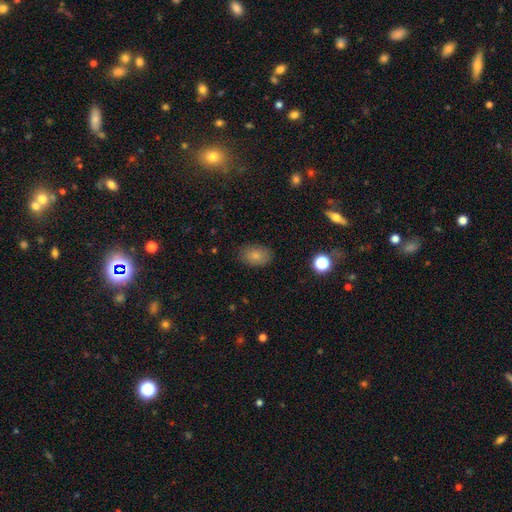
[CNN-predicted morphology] This appears to be a smooth galaxy with no disk features (82%) that is in between round and cigar-shaped (84%). Merging: none (83%).